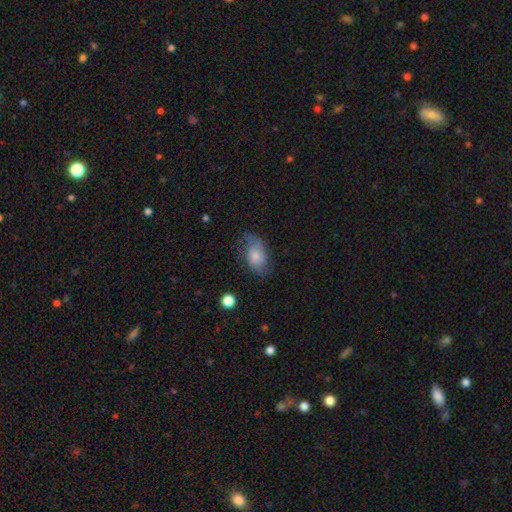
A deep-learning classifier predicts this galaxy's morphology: Smooth or featured? Predicted: smooth (p=0.64). How rounded? Predicted: in between (p=0.87). Merging? Predicted: none (p=0.51).